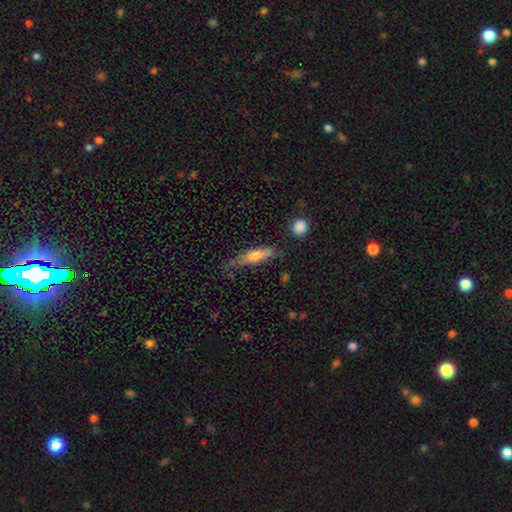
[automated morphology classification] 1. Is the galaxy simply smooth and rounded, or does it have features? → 62% smooth, 31% featured or disk, 7% star or artifact.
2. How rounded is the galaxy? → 70% cigar-shaped, 28% in between, 2% round.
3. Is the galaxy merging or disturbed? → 51% none, 32% minor disturbance, 13% major disturbance, 4% merger.